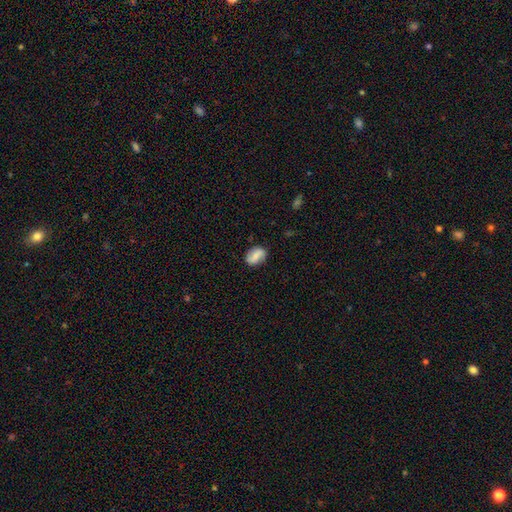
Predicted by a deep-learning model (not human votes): Morphology: type=smooth (64%); roundness=in between (76%); merging=none (79%).